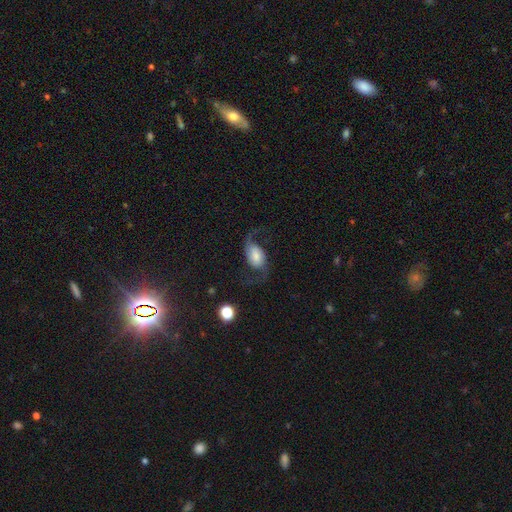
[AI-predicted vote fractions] smooth-or-featured: featured or disk: 72% | smooth: 20% | star or artifact: 8%
  disk-edge-on: no: 97% | yes: 3%
    bar: no: 51% | weak: 35% | strong: 14%
    has-spiral-arms: yes: 95% | no: 5%
      spiral-winding: loose: 82% | medium: 15% | tight: 4%
      spiral-arm-count: 2: 92% | 1: 3% | can't tell: 2% | 3: 1% | 4: 1% | more than 4: 1%
    bulge-size: moderate: 29% | small: 26% | large: 22% | dominant: 12% | none: 10%
  merging: none: 62% | major disturbance: 19% | minor disturbance: 16% | merger: 2%